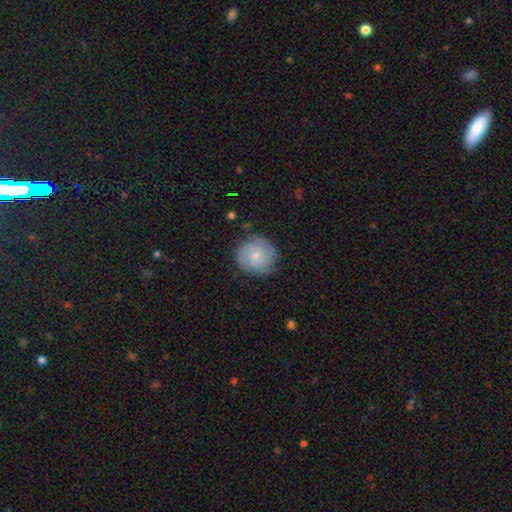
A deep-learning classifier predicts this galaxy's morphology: Smooth or featured? smooth (56%)
How rounded? round (91%)
Merging? none (78%)